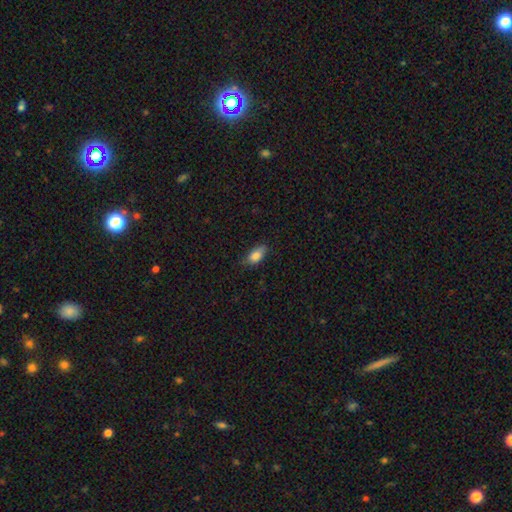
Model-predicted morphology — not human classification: Smooth or featured? smooth (84%)
How rounded? in between (88%)
Merging? none (73%)